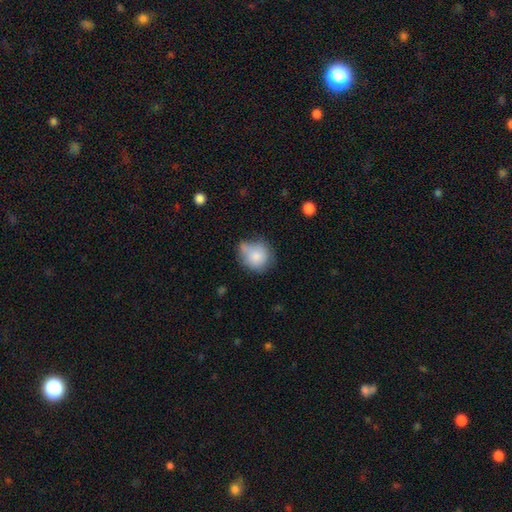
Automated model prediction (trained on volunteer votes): Smooth or featured? Predicted: smooth (p=0.79). How rounded? Predicted: round (p=0.77). Merging? Predicted: none (p=0.43).